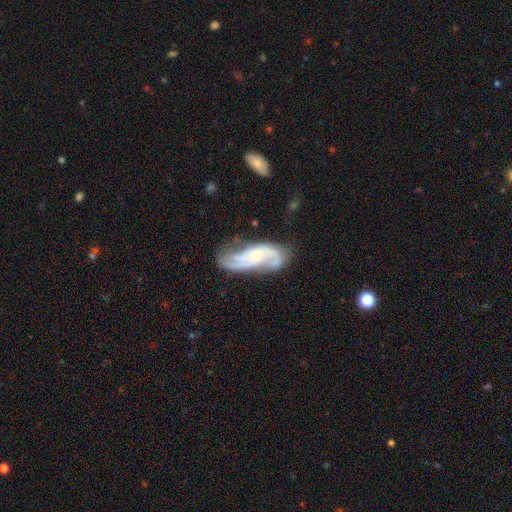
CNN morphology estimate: Overall: featured or disk (79%). Edge-on disk: no (93%). Bar: no (55%; weak 34%). Spiral arms: yes (93%). Spiral arm count: 2 (58%; 3 18%). Spiral winding: medium (44%; loose 32%). Bulge size: small (60%; moderate 21%). Merging: none (53%; minor disturbance 25%).